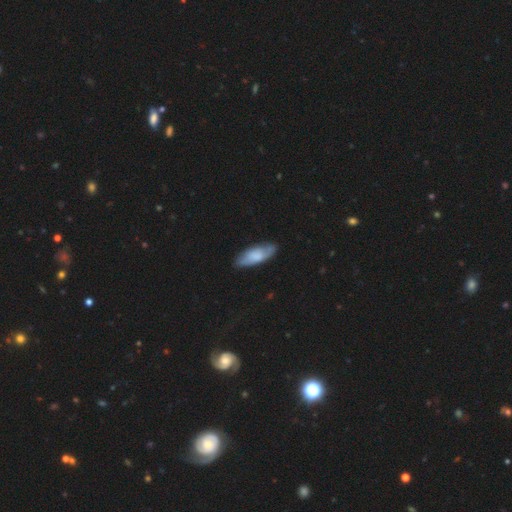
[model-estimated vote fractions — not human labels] A smooth galaxy with no disk features (68%) that is in between round and cigar-shaped (68%). Merging: none (79%).